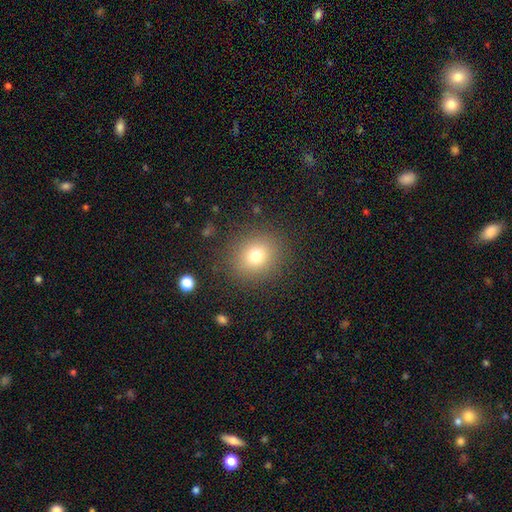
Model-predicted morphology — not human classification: A smooth galaxy with no disk features (74%) that is round (80%).

Vote fractions:
- Smooth or featured? smooth: 74% / star or artifact: 15% / featured or disk: 11%
- How rounded? round: 80% / in between: 19% / cigar-shaped: 1%
- Merging? none: 86% / minor disturbance: 8% / major disturbance: 5% / merger: 1%